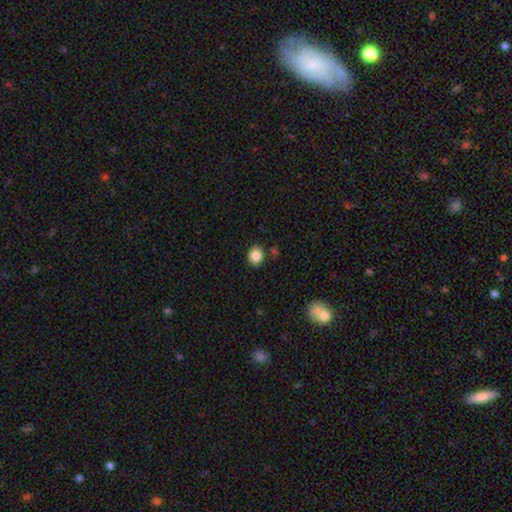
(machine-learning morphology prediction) This appears to be a smooth galaxy with no disk features (86%) that is round (56%). Merging: none (86%).